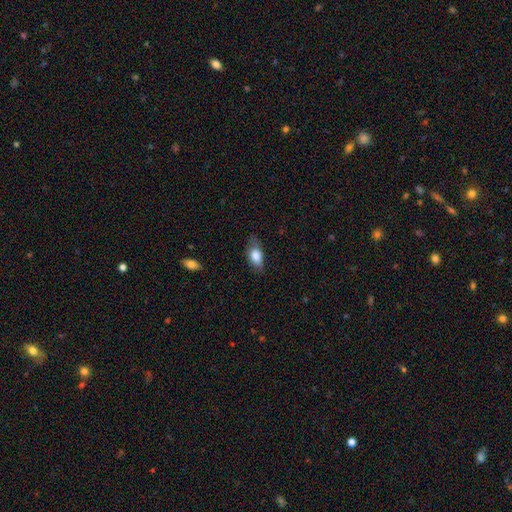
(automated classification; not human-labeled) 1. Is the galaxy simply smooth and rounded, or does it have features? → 77% smooth, 16% featured or disk, 7% star or artifact.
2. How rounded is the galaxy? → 86% in between, 8% cigar-shaped, 6% round.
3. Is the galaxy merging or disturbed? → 71% none, 22% minor disturbance, 5% major disturbance, 1% merger.